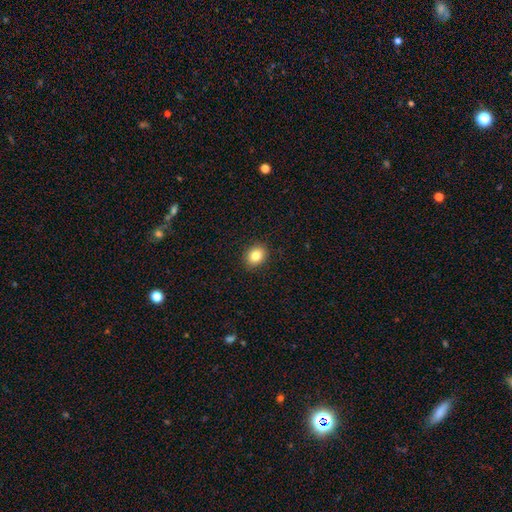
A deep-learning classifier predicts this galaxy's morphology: Q: Smooth or featured?
A: smooth (83%); runner-up: star or artifact (10%)
Q: How rounded?
A: in between (51%); runner-up: round (48%)
Q: Merging?
A: none (90%); runner-up: minor disturbance (7%)